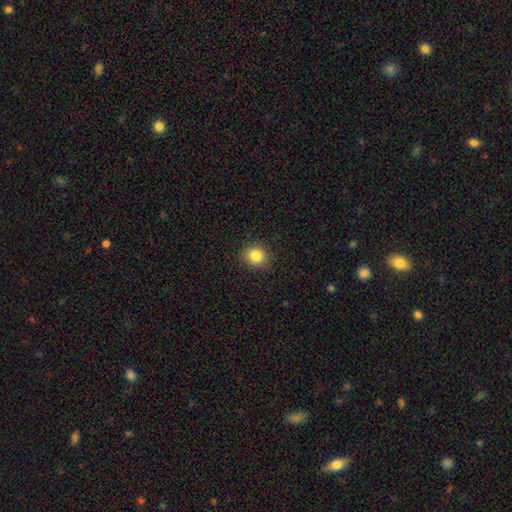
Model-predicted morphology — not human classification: Smooth or featured: smooth — 84% (star or artifact — 11%)
How rounded: round — 78% (in between — 21%)
Merging: none — 89% (minor disturbance — 8%)